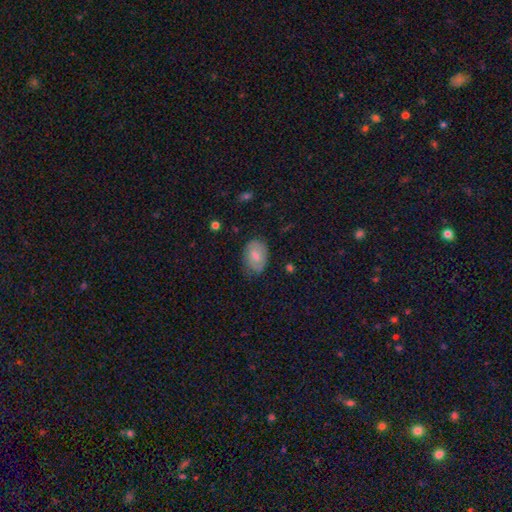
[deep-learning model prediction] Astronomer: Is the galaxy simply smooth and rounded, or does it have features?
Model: smooth — 56% (runner-up: featured or disk, 36%).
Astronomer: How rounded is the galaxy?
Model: in between — 78%.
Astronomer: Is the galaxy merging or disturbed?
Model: none — 70%.